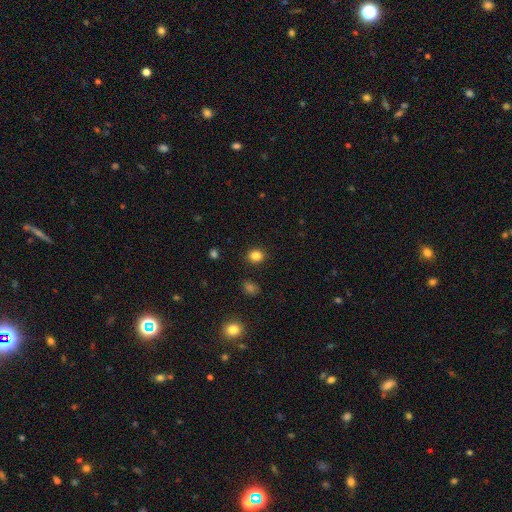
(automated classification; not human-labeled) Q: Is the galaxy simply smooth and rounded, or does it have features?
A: smooth — 84%.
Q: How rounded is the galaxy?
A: round — 68%.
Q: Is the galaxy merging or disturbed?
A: none — 89%.